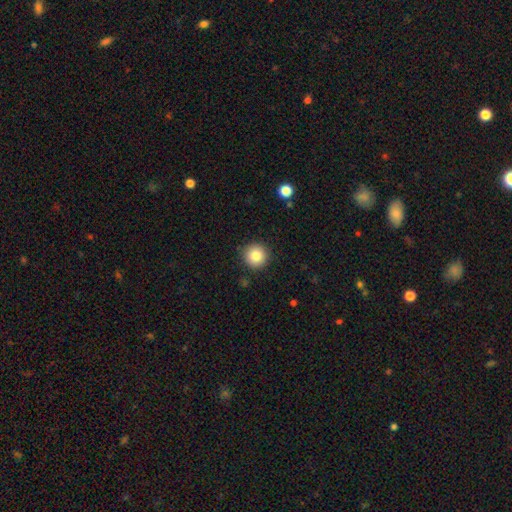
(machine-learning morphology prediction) Smooth or featured?
  - smooth: 84% *
  - star or artifact: 10%
  - featured or disk: 6%
How rounded?
  - round: 95% *
  - in between: 4%
  - cigar-shaped: 1%
Merging?
  - none: 90% *
  - minor disturbance: 7%
  - major disturbance: 2%
  - merger: 1%